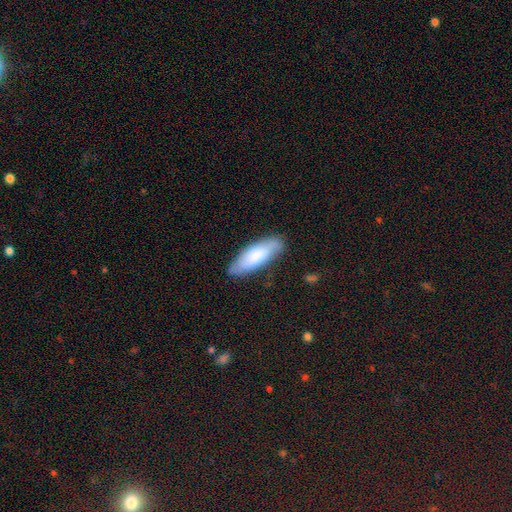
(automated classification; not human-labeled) Overall: smooth (76%). How rounded: in between (57%; cigar-shaped 41%). Merging: none (83%).